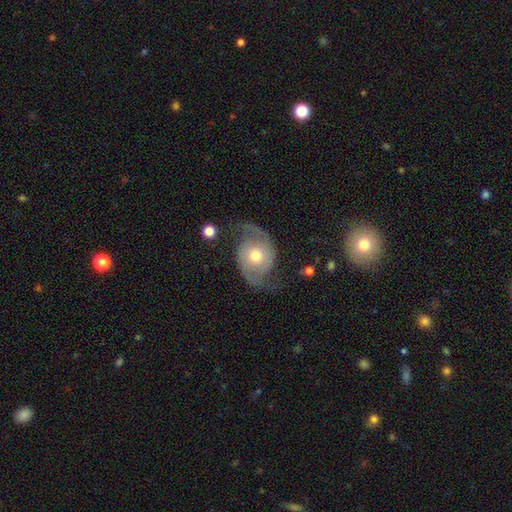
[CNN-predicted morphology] type=featured or disk (86%); edge-on=no (97%); bar=no (74%); spiral arms=yes (96%); winding=medium (45%); arm count=2 (93%); bulge=moderate (70%); merging=none (71%).